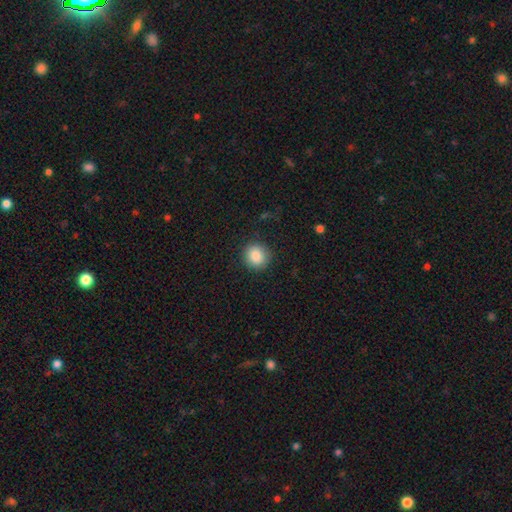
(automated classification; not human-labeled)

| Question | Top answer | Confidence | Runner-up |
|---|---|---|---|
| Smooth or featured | smooth | 86% | star or artifact (9%) |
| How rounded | round | 89% | in between (11%) |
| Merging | none | 89% | minor disturbance (8%) |